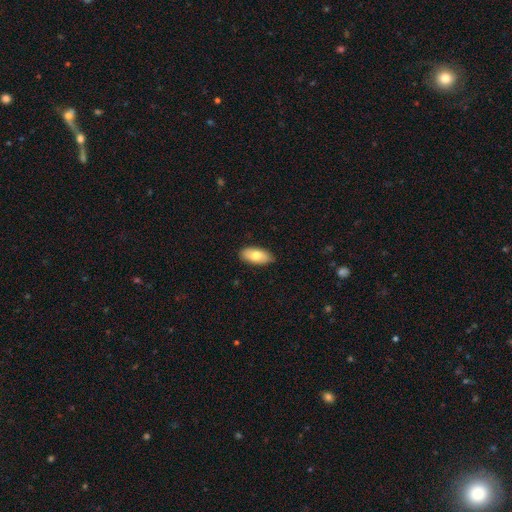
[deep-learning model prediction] This appears to be a smooth galaxy with no disk features (75%) that is in between round and cigar-shaped (91%). Merging: none (86%).